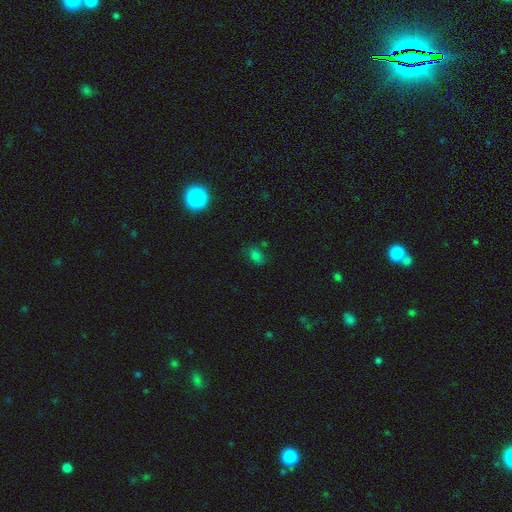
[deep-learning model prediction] This appears to be a smooth galaxy with no disk features (68%) that is in between round and cigar-shaped (71%). Merging: none (70%).